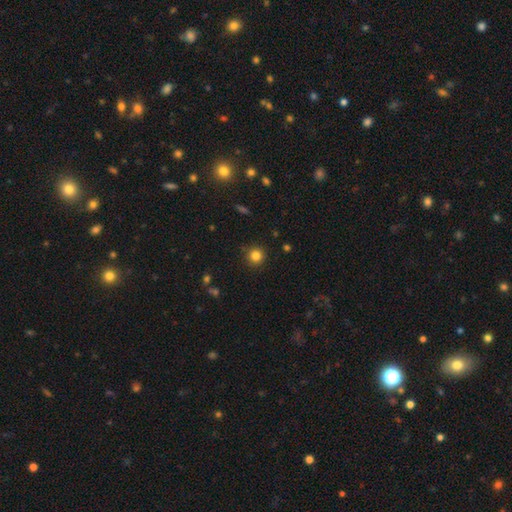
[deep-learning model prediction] smooth 83%, star or artifact 13%, featured or disk 5%. Down the decision tree: how rounded — round (95%); merging — none (89%).